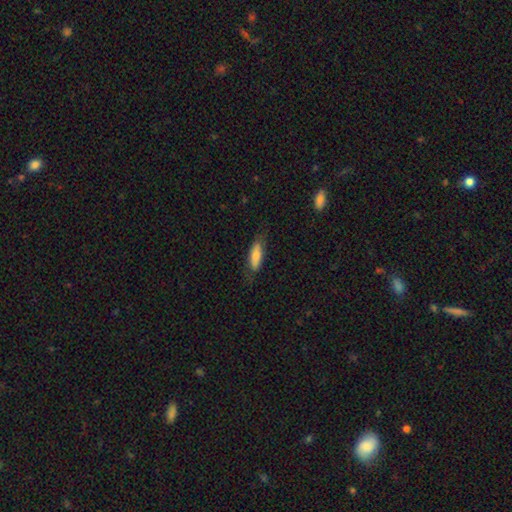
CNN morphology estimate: This is likely a smooth galaxy (73%). How rounded: possibly in between (53%). Merging: likely none (73%).